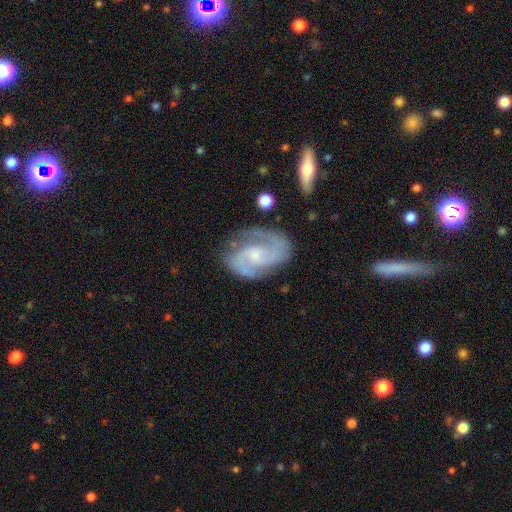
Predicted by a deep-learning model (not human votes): This appears to be a featured or disk galaxy (90%) with no bar (48%), 2 (87%) medium (55%) spiral arms (98%) and a small central bulge (49%). Merging: none (75%).